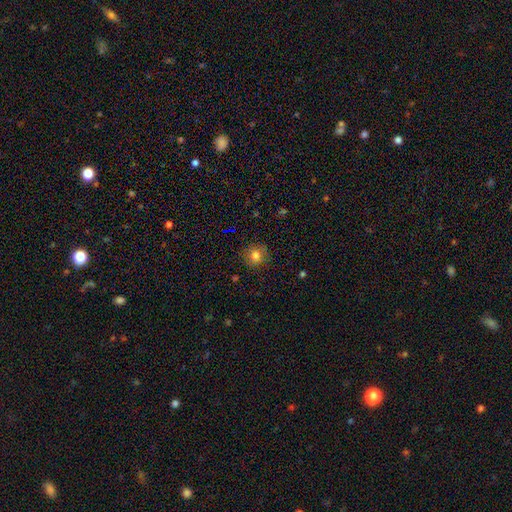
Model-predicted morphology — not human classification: smooth_or_featured: smooth (p=0.79) [alt: star or artifact p=0.13]
how_rounded: round (p=0.90) [alt: in between p=0.09]
merging: none (p=0.88) [alt: minor disturbance p=0.09]